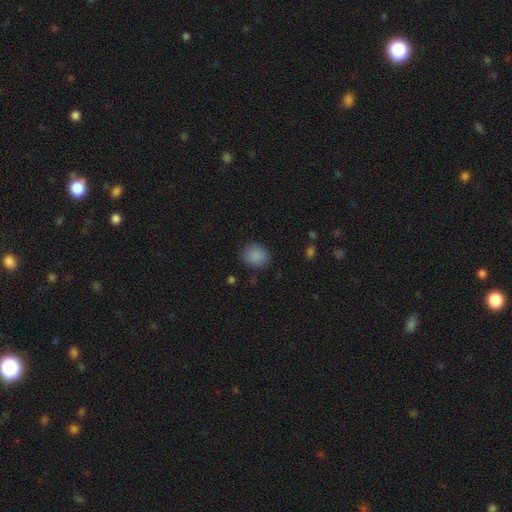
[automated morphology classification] A smooth galaxy with no disk features (87%) that is round (76%). Merging: none (84%).